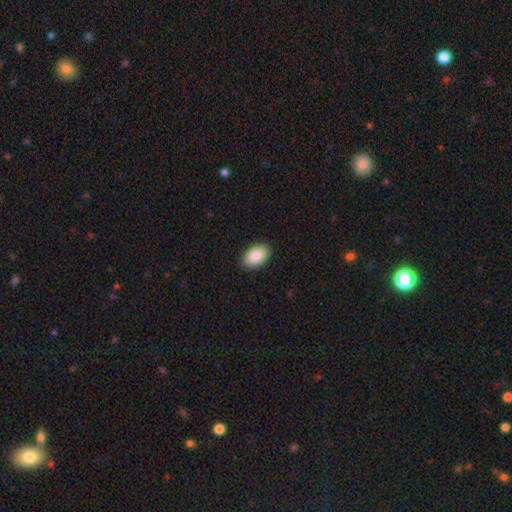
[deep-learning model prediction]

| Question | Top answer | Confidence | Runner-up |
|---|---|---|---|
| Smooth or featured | smooth | 87% | featured or disk (7%) |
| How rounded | in between | 92% | round (7%) |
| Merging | none | 88% | minor disturbance (9%) |